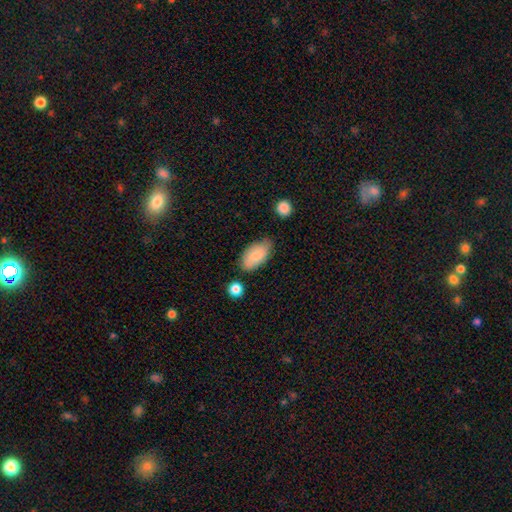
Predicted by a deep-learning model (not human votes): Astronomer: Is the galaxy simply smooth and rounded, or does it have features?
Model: smooth — 78%.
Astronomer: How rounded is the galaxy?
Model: in between — 94%.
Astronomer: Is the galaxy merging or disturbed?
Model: none — 68%.